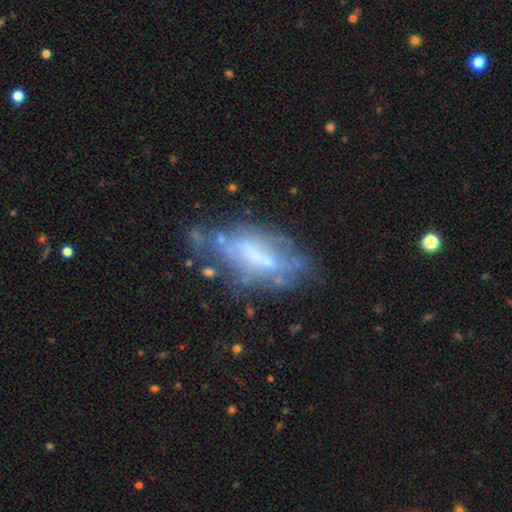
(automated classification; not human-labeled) smooth_or_featured: featured or disk (p=0.57) [alt: smooth p=0.33]
disk_edge_on: no (p=0.85) [alt: yes p=0.15]
merging: none (p=0.44) [alt: minor disturbance p=0.27]